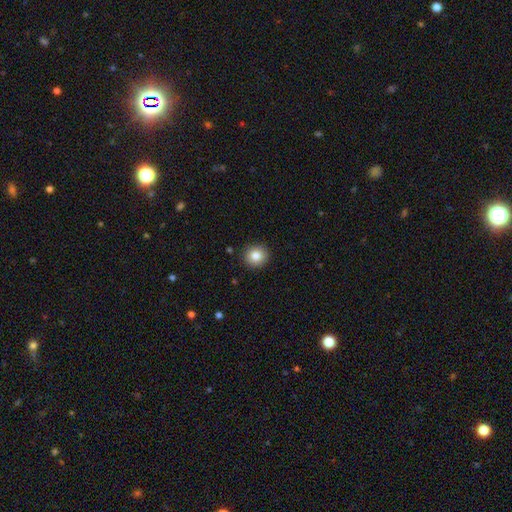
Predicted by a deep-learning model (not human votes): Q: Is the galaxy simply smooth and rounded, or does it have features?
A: smooth — 83%.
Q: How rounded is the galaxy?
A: round — 91%.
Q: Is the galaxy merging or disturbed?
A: none — 92%.